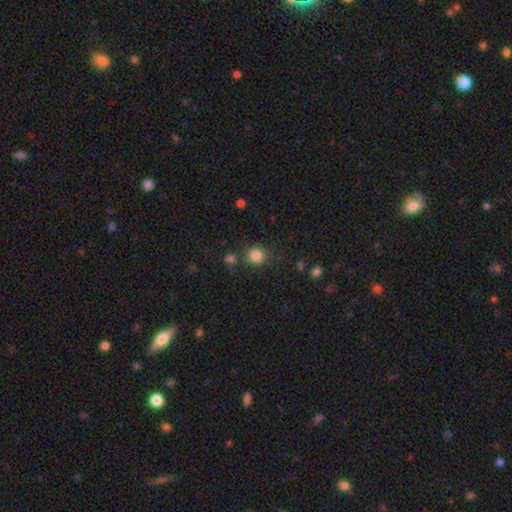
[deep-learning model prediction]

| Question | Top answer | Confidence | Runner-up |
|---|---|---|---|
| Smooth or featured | smooth | 84% | star or artifact (12%) |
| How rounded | round | 92% | in between (7%) |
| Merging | none | 77% | minor disturbance (10%) |